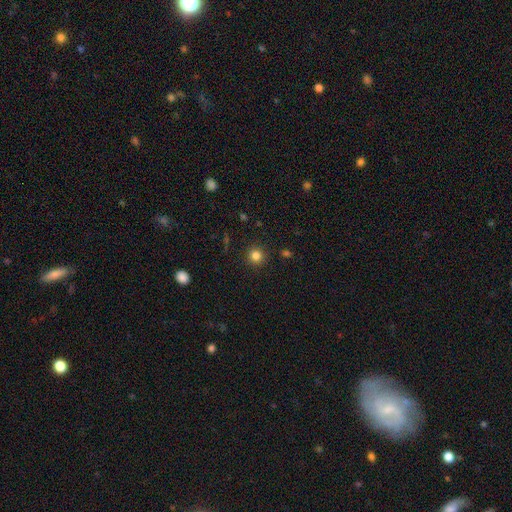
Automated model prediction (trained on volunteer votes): smooth 82%, star or artifact 13%, featured or disk 5%. Down the decision tree: how rounded — round (94%); merging — none (92%).